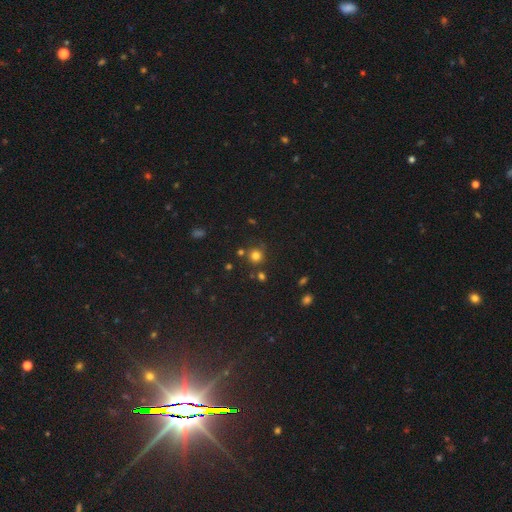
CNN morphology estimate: Smooth or featured?
  - smooth: 76% *
  - star or artifact: 18%
  - featured or disk: 6%
How rounded?
  - round: 92% *
  - in between: 7%
  - cigar-shaped: 1%
Merging?
  - none: 77% *
  - minor disturbance: 10%
  - merger: 9%
  - major disturbance: 4%